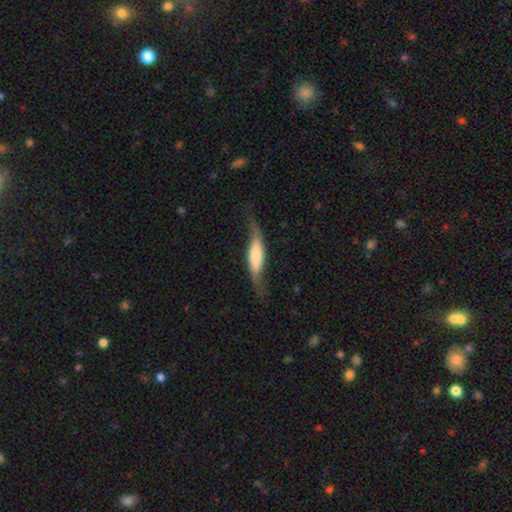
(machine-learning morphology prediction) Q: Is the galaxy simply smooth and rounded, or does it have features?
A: featured or disk — 60%.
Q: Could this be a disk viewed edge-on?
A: yes — 50%, tied with no.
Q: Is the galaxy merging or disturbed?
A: none — 57%.